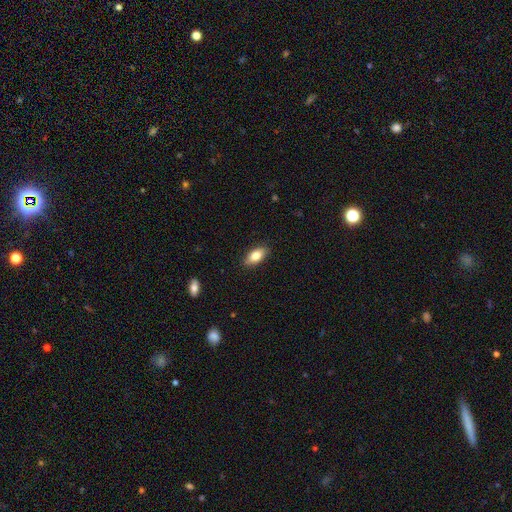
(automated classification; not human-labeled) smooth 80%, featured or disk 13%, star or artifact 7%. Down the decision tree: how rounded — in between (87%); merging — none (88%).